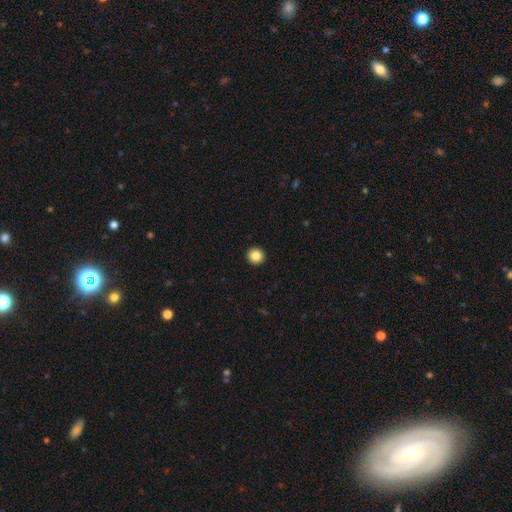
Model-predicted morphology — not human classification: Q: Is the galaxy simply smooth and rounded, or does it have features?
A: smooth — 85%.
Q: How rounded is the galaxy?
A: round — 95%.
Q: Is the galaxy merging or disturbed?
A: none — 94%.